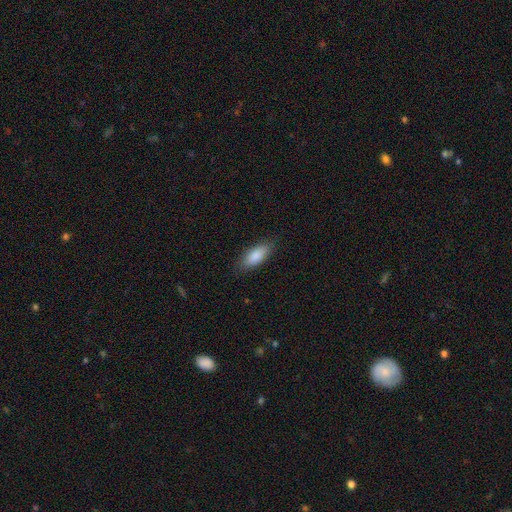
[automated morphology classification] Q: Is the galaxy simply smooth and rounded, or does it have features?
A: smooth — 87%.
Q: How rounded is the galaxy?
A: in between — 78%.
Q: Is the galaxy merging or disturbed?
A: none — 85%.